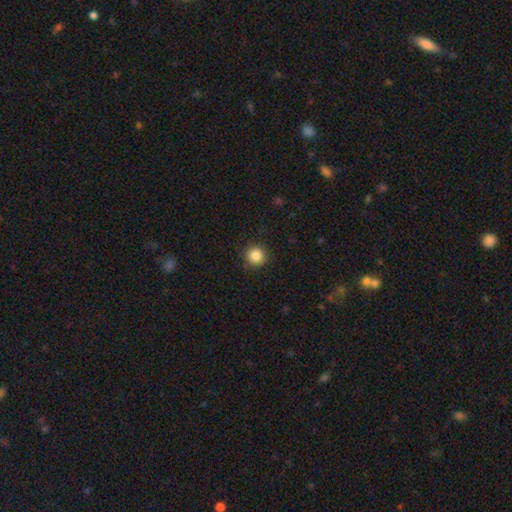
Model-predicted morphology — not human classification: This appears to be a smooth galaxy with no disk features (85%) that is round (95%). Merging: none (90%).